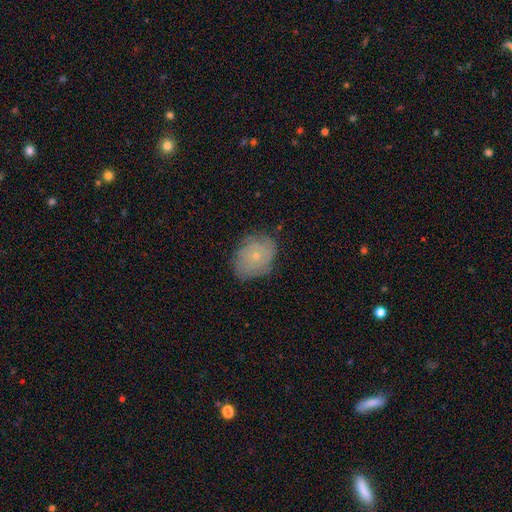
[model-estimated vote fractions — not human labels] Q: Smooth or featured?
A: featured or disk (53%); runner-up: smooth (38%)
Q: Edge-on disk?
A: no (96%); runner-up: yes (4%)
Q: Bar?
A: no (88%); runner-up: weak (10%)
Q: Spiral arms?
A: yes (75%); runner-up: no (25%)
Q: Bulge size?
A: small (78%); runner-up: moderate (18%)
Q: Merging?
A: none (74%); runner-up: minor disturbance (19%)